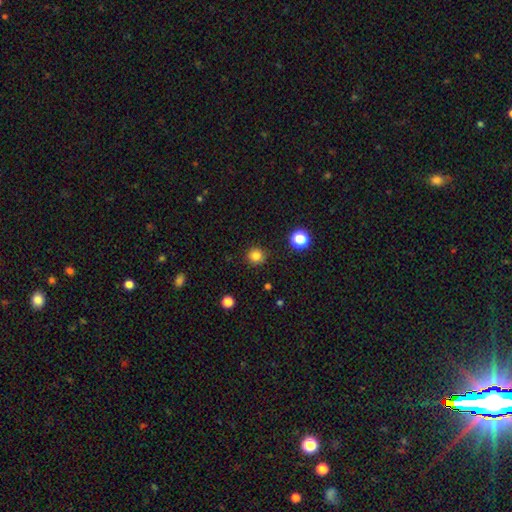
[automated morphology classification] This is clearly a smooth galaxy (83%). How rounded: clearly round (93%). Merging: clearly none (91%).